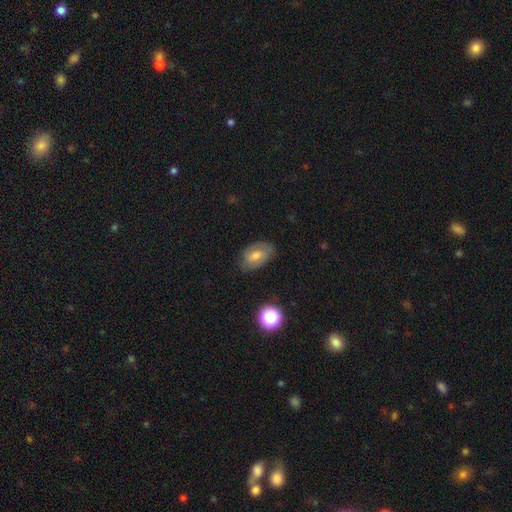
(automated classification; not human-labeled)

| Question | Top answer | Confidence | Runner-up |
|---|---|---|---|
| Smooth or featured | smooth | 49% | featured or disk (39%) |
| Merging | none | 75% | minor disturbance (19%) |